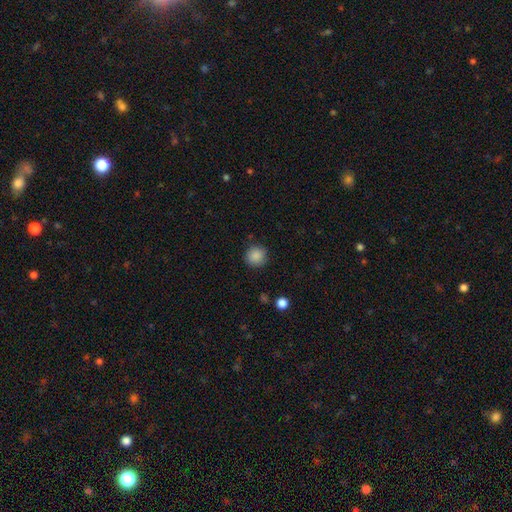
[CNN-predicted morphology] A smooth galaxy with no disk features (88%) that is round (94%).

Vote fractions:
- Smooth or featured? smooth: 88% / star or artifact: 9% / featured or disk: 3%
- How rounded? round: 94% / in between: 5% / cigar-shaped: 1%
- Merging? none: 89% / minor disturbance: 7% / major disturbance: 2% / merger: 1%